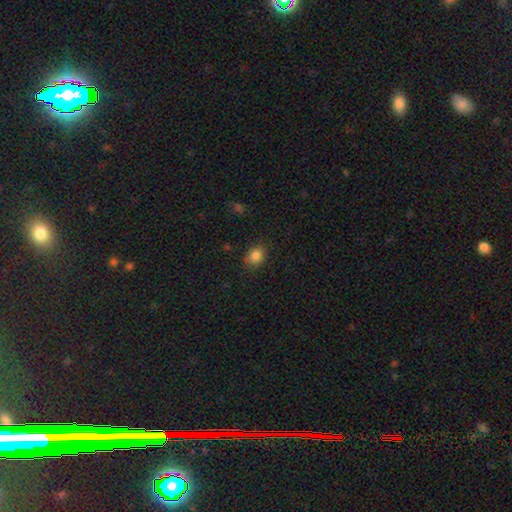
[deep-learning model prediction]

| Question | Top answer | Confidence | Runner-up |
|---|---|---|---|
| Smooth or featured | smooth | 85% | star or artifact (10%) |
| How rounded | round | 51% | in between (48%) |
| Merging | none | 82% | minor disturbance (13%) |